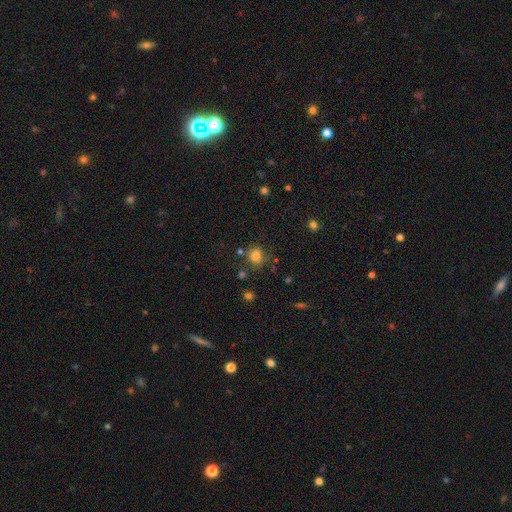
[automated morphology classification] Q: Smooth or featured?
A: smooth (78%); runner-up: star or artifact (15%)
Q: How rounded?
A: round (77%); runner-up: in between (22%)
Q: Merging?
A: none (76%); runner-up: minor disturbance (13%)